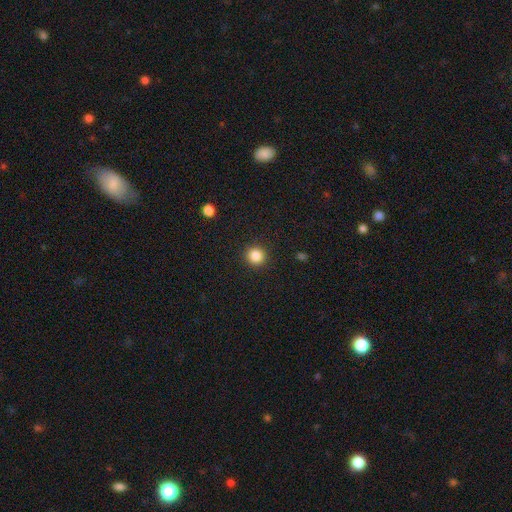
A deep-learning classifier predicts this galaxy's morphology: This appears to be a smooth galaxy with no disk features (86%) that is round (93%). Merging: none (92%).